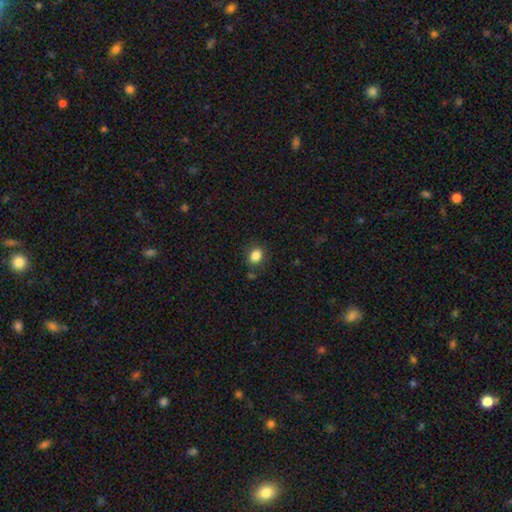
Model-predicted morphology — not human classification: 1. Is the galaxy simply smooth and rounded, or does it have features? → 85% smooth, 11% star or artifact, 4% featured or disk.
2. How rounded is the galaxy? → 57% round, 42% in between, 1% cigar-shaped.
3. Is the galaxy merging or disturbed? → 83% none, 11% minor disturbance, 3% major disturbance, 3% merger.